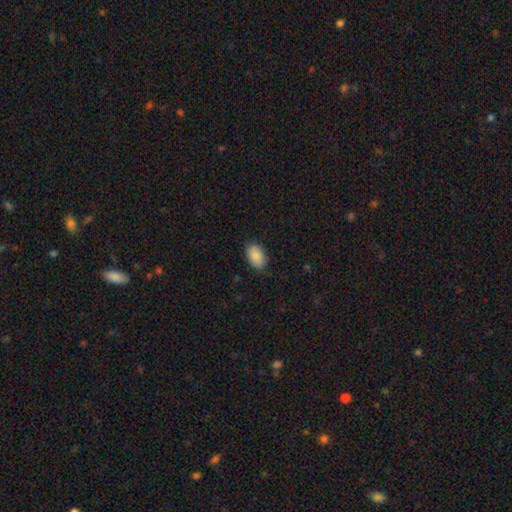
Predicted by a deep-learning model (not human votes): smooth 88%, star or artifact 7%, featured or disk 5%. Down the decision tree: how rounded — in between (91%); merging — none (85%).